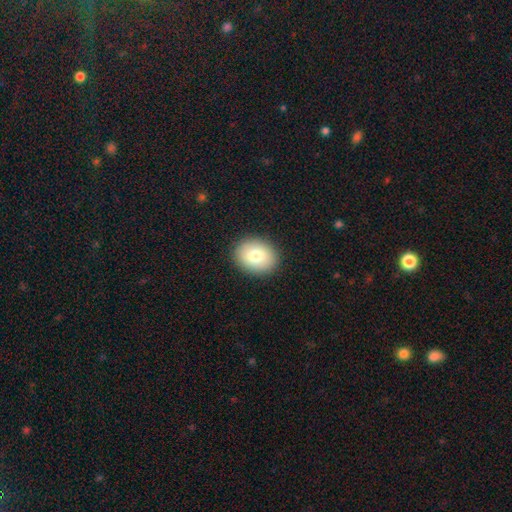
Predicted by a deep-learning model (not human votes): Q: Smooth or featured?
A: smooth (80%); runner-up: featured or disk (12%)
Q: How rounded?
A: in between (53%); runner-up: round (46%)
Q: Merging?
A: none (90%); runner-up: minor disturbance (7%)